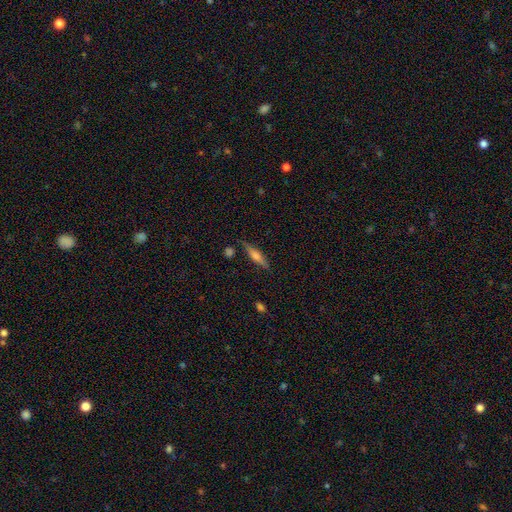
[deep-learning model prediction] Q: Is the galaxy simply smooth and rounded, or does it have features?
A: featured or disk — 53%.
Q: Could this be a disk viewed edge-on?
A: yes — 95%.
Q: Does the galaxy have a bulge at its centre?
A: rounded — 75%.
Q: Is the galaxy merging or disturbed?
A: none — 83%.